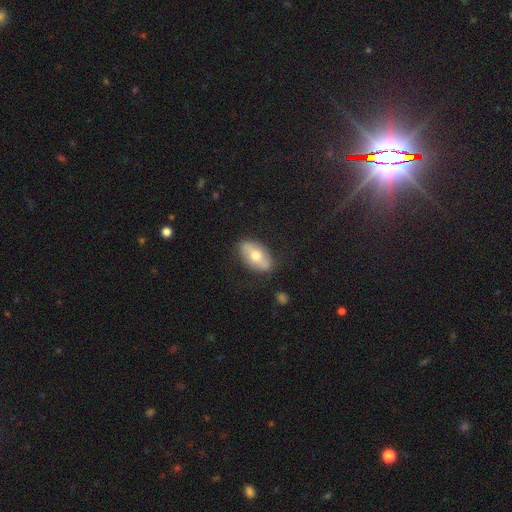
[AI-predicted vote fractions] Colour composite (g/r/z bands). It shows a smooth galaxy with no disk features (55%) that is in between round and cigar-shaped (90%). Merging: none (82%).